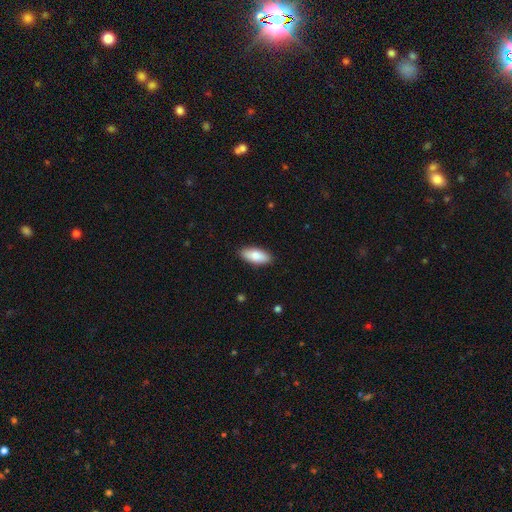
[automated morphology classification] type=smooth (81%); roundness=in between (83%); merging=none (90%).